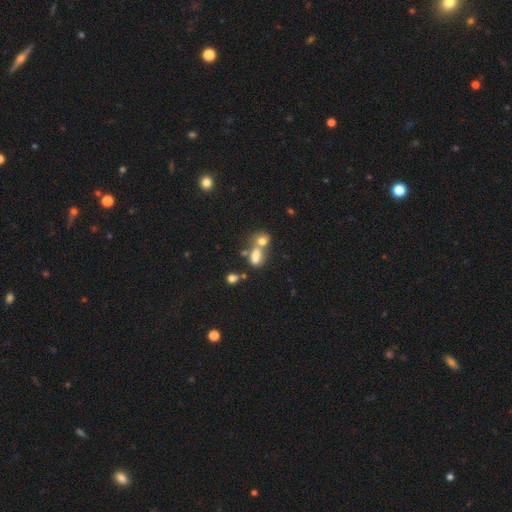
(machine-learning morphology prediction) Smooth or featured? smooth (74%)
How rounded? in between (77%)
Merging? merger (53%)